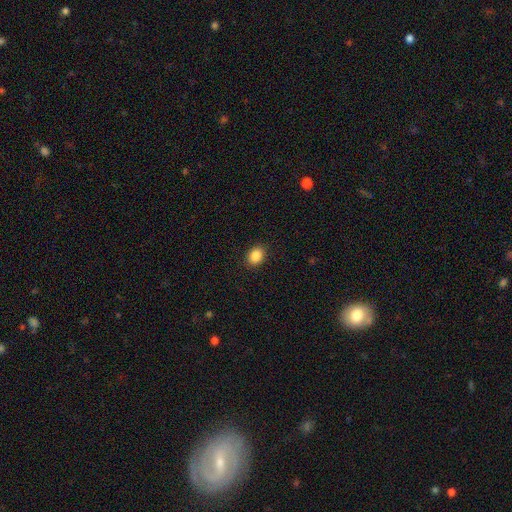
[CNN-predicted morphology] smooth 87%, star or artifact 9%, featured or disk 4%. Down the decision tree: how rounded — in between (59%); merging — none (90%).